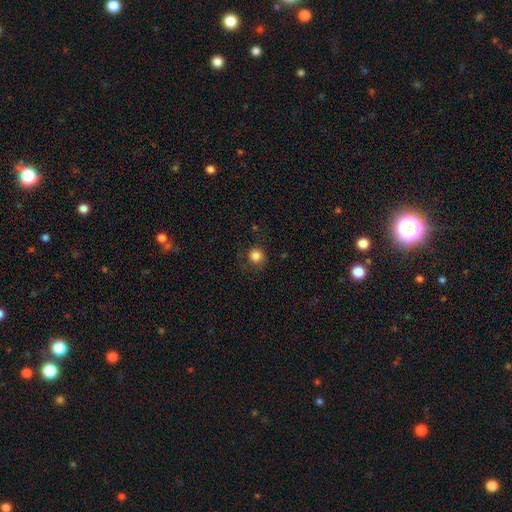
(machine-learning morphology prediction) smooth-or-featured: smooth: 83% | star or artifact: 11% | featured or disk: 6%
  how-rounded: round: 91% | in between: 9% | cigar-shaped: 1%
  merging: none: 74% | minor disturbance: 16% | major disturbance: 9% | merger: 1%